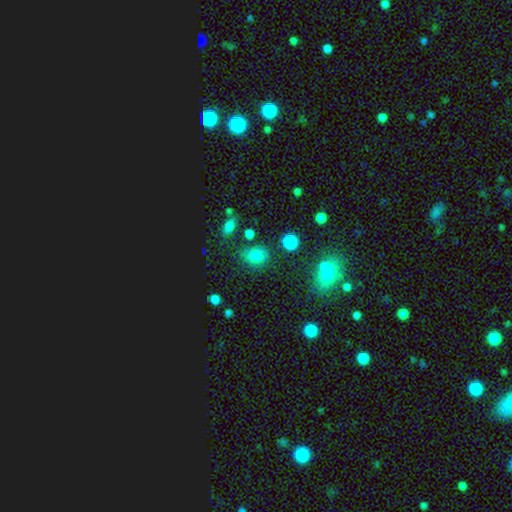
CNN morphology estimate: smooth-or-featured: smooth: 75% | star or artifact: 18% | featured or disk: 7%
  how-rounded: in between: 54% | round: 45% | cigar-shaped: 1%
  merging: none: 69% | minor disturbance: 18% | merger: 7% | major disturbance: 6%